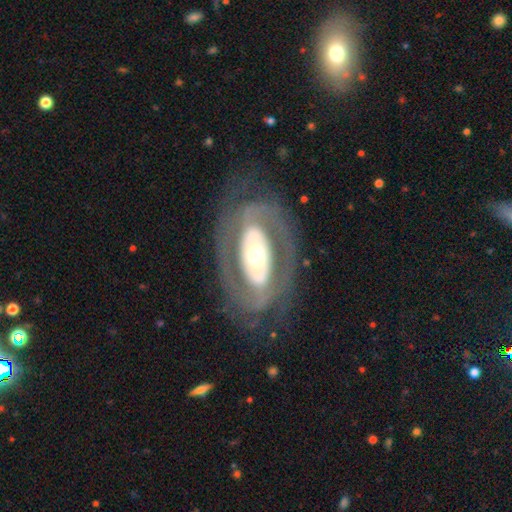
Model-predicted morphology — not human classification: Smooth or featured: featured or disk — 83% (smooth — 12%)
Edge-on disk: no — 94% (yes — 6%)
Bar: no — 59% (strong — 21%)
Spiral arms: yes — 70% (no — 30%)
Spiral winding: tight — 51% (medium — 34%)
Spiral arm count: 2 — 71% (can't tell — 17%)
Bulge size: moderate — 57% (small — 24%)
Merging: none — 74% (minor disturbance — 13%)